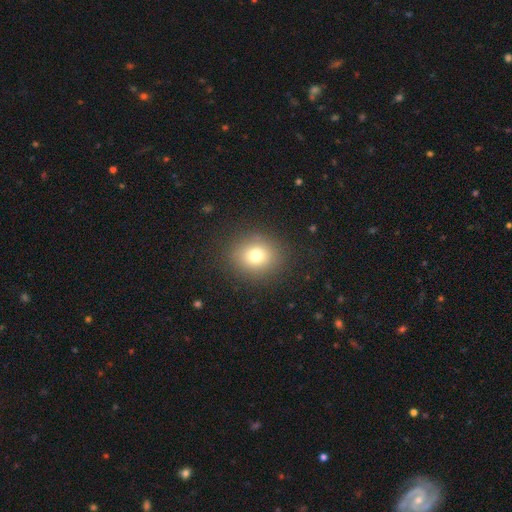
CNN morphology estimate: smooth 75%, star or artifact 14%, featured or disk 10%. Down the decision tree: how rounded — round (76%); merging — none (87%).